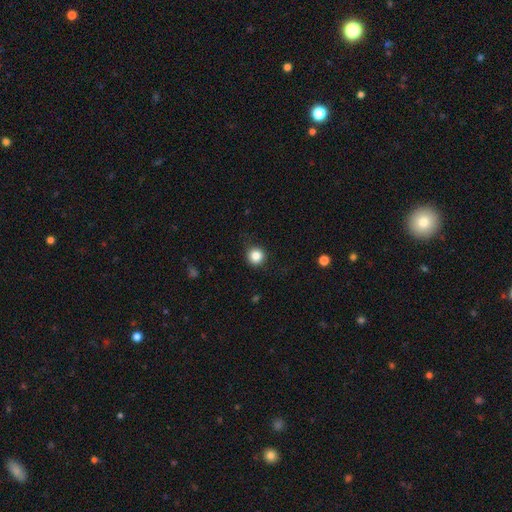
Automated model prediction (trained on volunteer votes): Q: Smooth or featured?
A: smooth (84%); runner-up: star or artifact (11%)
Q: How rounded?
A: round (94%); runner-up: in between (5%)
Q: Merging?
A: none (87%); runner-up: minor disturbance (9%)